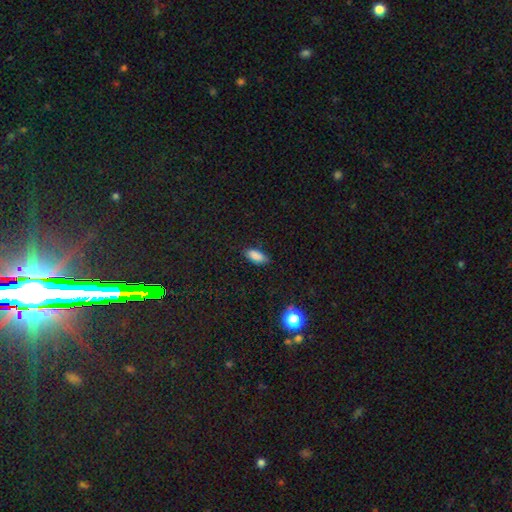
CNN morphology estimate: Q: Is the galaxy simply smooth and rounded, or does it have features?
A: smooth — 84%.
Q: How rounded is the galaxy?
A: in between — 86%.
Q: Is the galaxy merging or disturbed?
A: none — 77%.